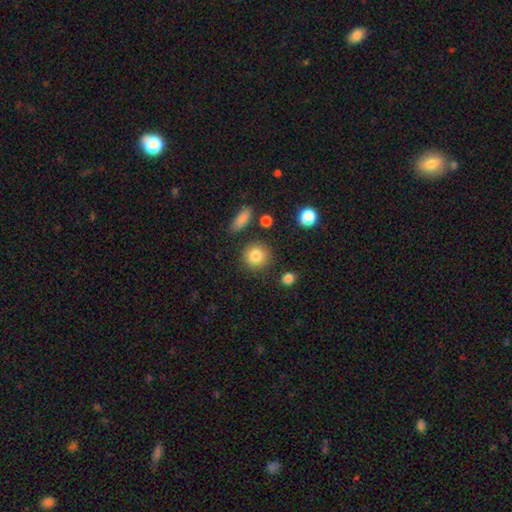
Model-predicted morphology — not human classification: This appears to be a smooth galaxy with no disk features (84%) that is round (90%). Merging: none (84%).